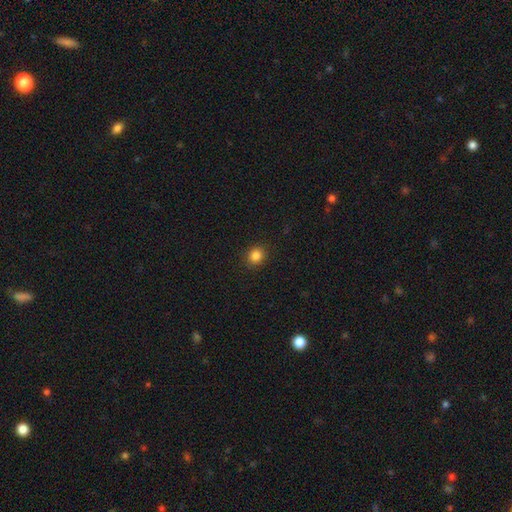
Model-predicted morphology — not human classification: type=smooth (84%); roundness=round (84%); merging=none (92%).